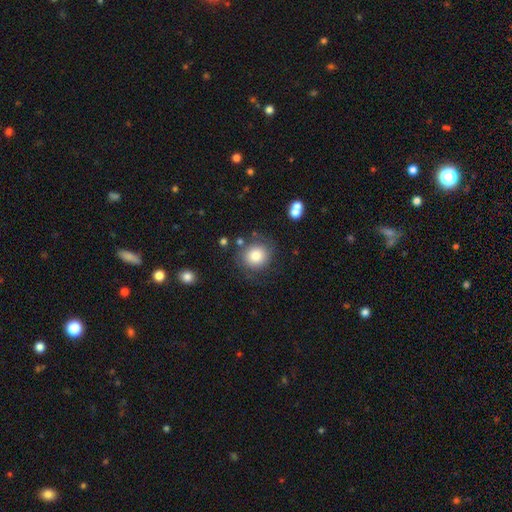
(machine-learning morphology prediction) Smooth or featured?
  - smooth: 78% *
  - featured or disk: 14%
  - star or artifact: 9%
How rounded?
  - round: 85% *
  - in between: 14%
  - cigar-shaped: 1%
Merging?
  - none: 74% *
  - minor disturbance: 15%
  - major disturbance: 7%
  - merger: 4%